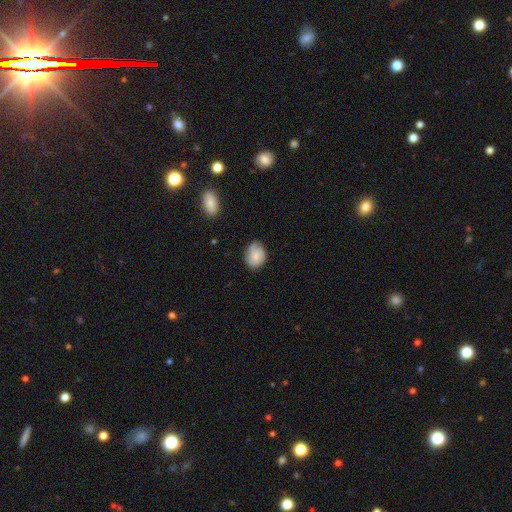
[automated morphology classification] Smooth or featured: smooth — 72% (featured or disk — 21%)
How rounded: round — 51% (in between — 48%)
Merging: none — 66% (minor disturbance — 26%)